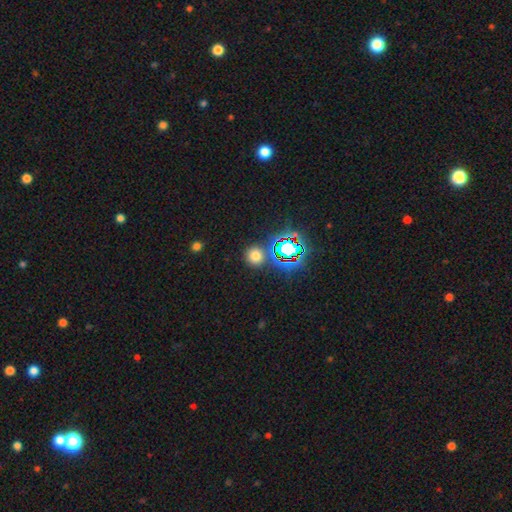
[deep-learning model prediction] Smooth or featured: smooth — 66% (star or artifact — 28%)
How rounded: round — 90% (in between — 9%)
Merging: none — 84% (minor disturbance — 7%)